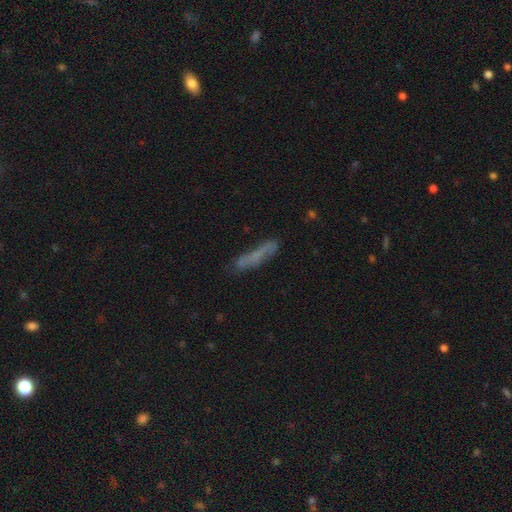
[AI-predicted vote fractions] smooth 57%, featured or disk 32%, star or artifact 10%. Down the decision tree: how rounded — cigar-shaped (88%); merging — none (69%).